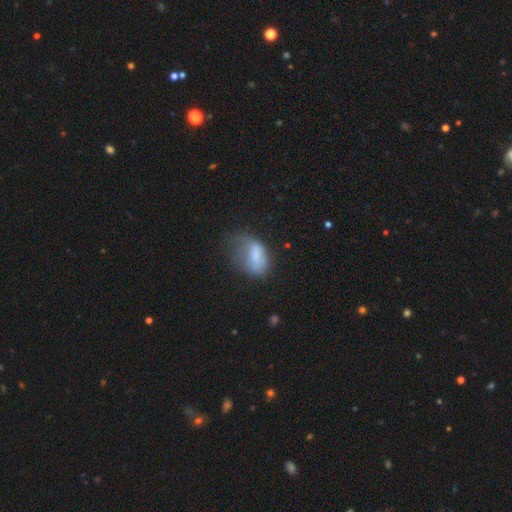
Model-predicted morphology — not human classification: smooth-or-featured: smooth: 65% | featured or disk: 26% | star or artifact: 9%
  how-rounded: in between: 86% | round: 11% | cigar-shaped: 3%
  merging: major disturbance: 38% | minor disturbance: 33% | none: 26% | merger: 3%